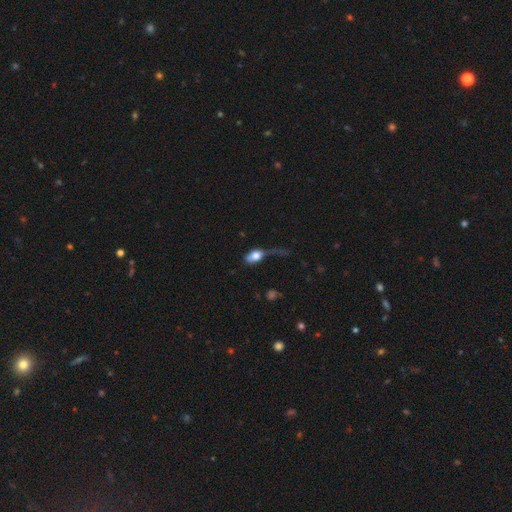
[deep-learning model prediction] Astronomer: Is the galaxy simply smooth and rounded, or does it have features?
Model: smooth — 74%.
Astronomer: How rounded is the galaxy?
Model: in between — 81%.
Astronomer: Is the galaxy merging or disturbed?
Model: major disturbance — 43% (runner-up: none, 25%).